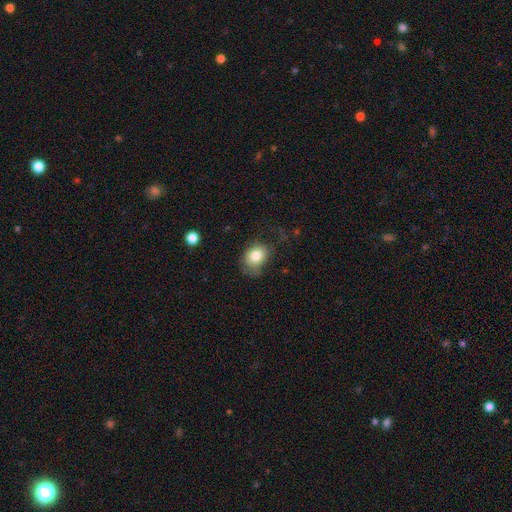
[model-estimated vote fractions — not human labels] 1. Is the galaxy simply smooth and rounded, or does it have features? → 80% smooth, 11% featured or disk, 9% star or artifact.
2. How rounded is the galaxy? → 54% in between, 45% round, 1% cigar-shaped.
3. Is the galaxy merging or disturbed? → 50% none, 30% minor disturbance, 18% major disturbance, 2% merger.